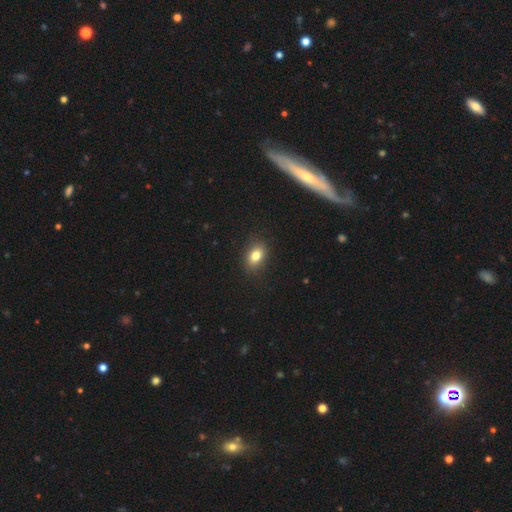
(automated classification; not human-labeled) smooth_or_featured: smooth (p=0.81) [alt: star or artifact p=0.10]
how_rounded: in between (p=0.77) [alt: round p=0.20]
merging: none (p=0.87) [alt: minor disturbance p=0.09]